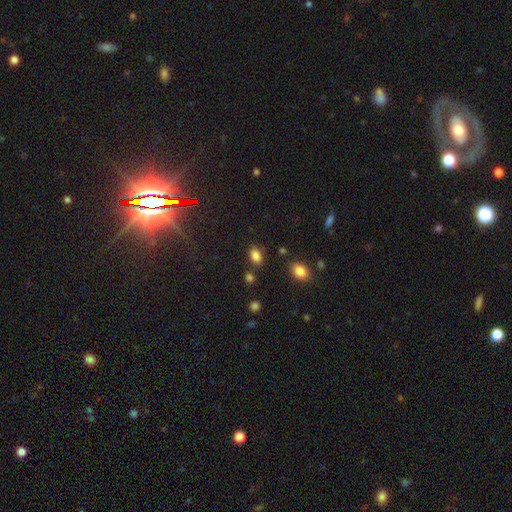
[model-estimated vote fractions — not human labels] This is clearly a smooth galaxy (84%). How rounded: clearly in between (86%). Merging: clearly none (81%).